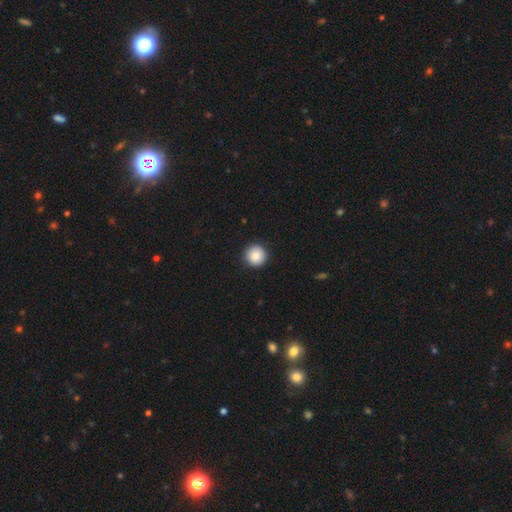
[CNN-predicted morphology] smooth 88%, star or artifact 8%, featured or disk 4%. Down the decision tree: how rounded — round (96%); merging — none (92%).